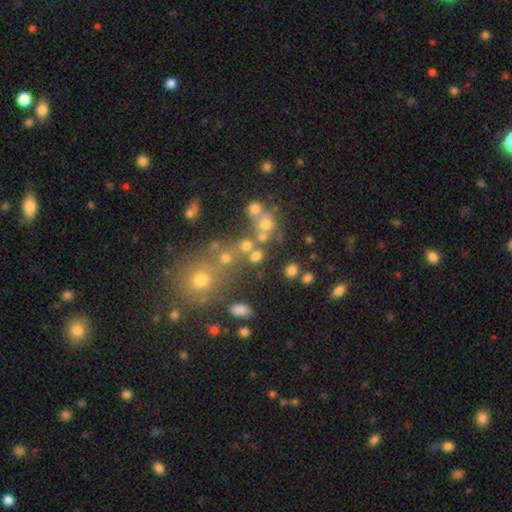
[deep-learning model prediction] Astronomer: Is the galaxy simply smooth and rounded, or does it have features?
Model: smooth — 64%.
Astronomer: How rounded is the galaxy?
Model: round — 75%.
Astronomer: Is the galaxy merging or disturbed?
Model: none — 57%.